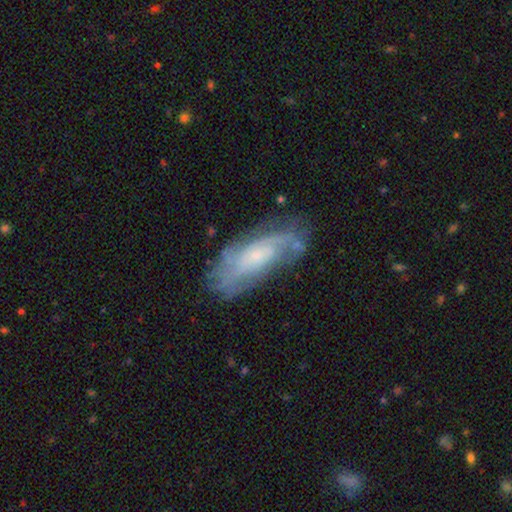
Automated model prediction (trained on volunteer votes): Smooth or featured? featured or disk (67%)
Edge-on disk? no (87%)
Bar? no (68%)
Spiral arms? yes (81%)
Bulge size? small (67%)
Merging? none (63%)